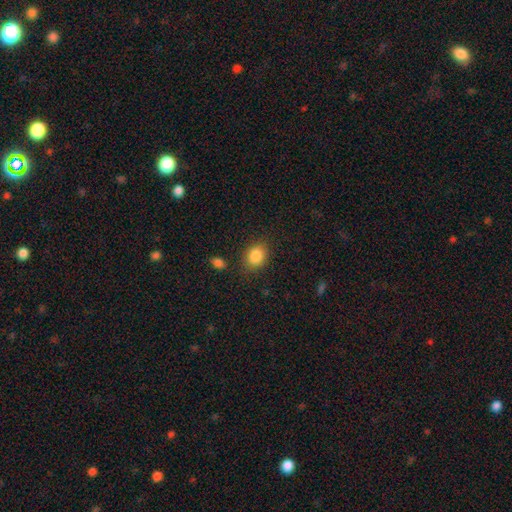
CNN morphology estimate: Overall: smooth (86%). How rounded: in between (54%; round 45%). Merging: none (81%).